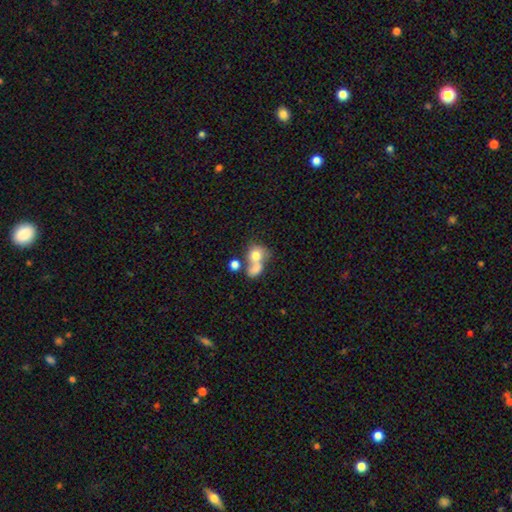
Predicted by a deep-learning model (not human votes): Morphology: type=smooth (72%); roundness=round (63%); merging=merger (61%).